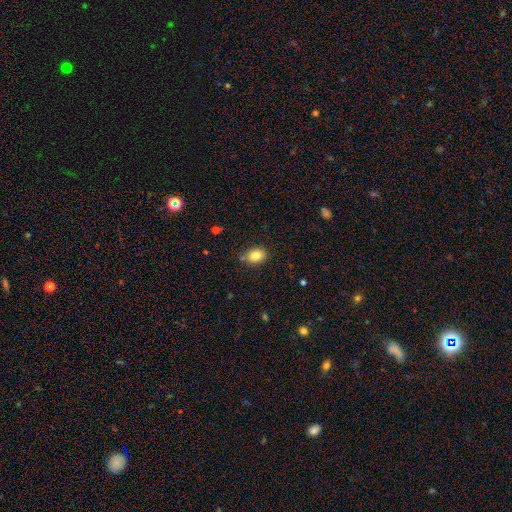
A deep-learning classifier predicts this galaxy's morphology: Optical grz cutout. It shows a smooth galaxy with no disk features (82%) that is in between round and cigar-shaped (61%). Merging: none (76%).